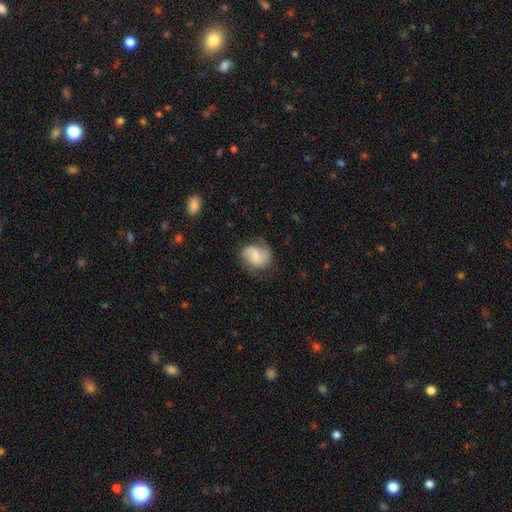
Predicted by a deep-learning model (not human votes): Overall: featured or disk (63%; smooth 30%). Edge-on disk: no (98%). Bar: weak (49%; no 35%). Spiral arms: yes (92%). Spiral arm count: 2 (79%). Spiral winding: medium (44%; loose 36%). Bulge size: small (44%; moderate 38%). Merging: none (66%).